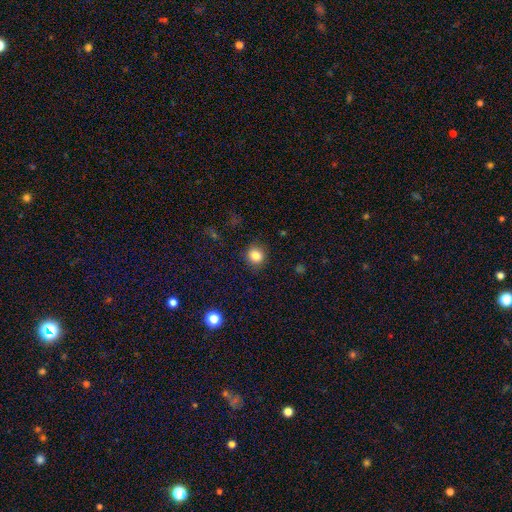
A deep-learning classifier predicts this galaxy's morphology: type=smooth (84%); roundness=round (81%); merging=none (88%).